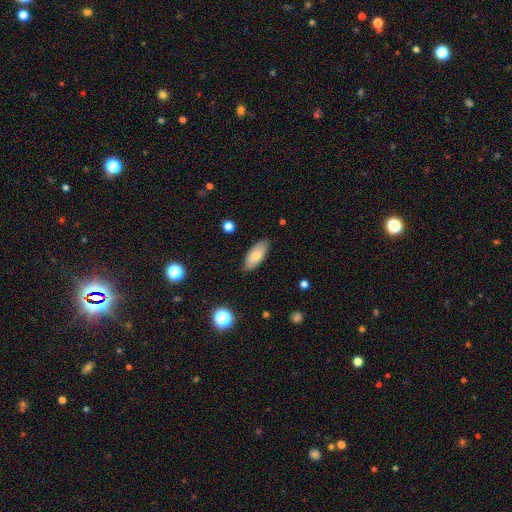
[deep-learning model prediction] This is likely a smooth galaxy (74%). How rounded: clearly in between (86%). Merging: clearly none (84%).